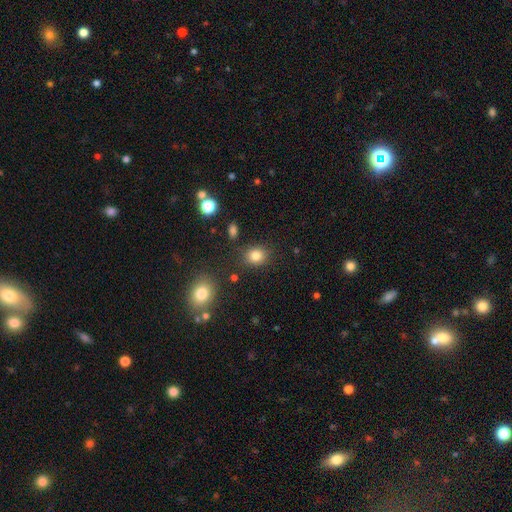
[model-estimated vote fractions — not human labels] Smooth or featured? Predicted: smooth (p=0.83). How rounded? Predicted: round (p=0.61). Merging? Predicted: none (p=0.82).